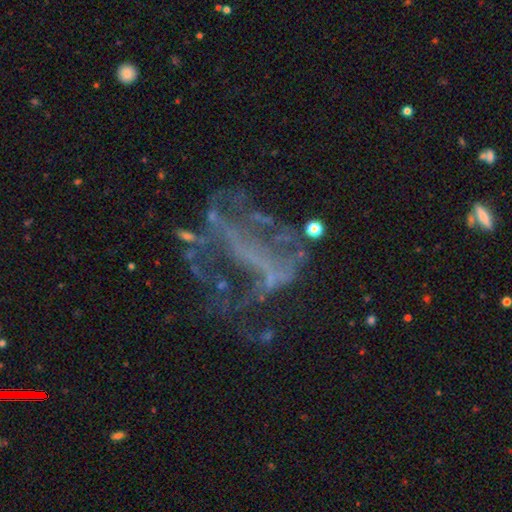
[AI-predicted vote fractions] Smooth or featured? Predicted: featured or disk (p=0.59). Edge-on disk? Predicted: no (p=0.94). Bar? Predicted: no (p=0.56). Spiral arms? Predicted: no (p=0.70). Bulge size? Predicted: none (p=0.81). Merging? Predicted: major disturbance (p=0.40).